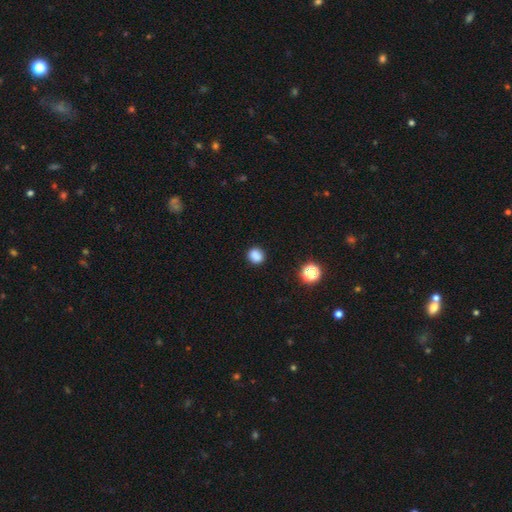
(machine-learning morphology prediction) Q: Smooth or featured?
A: smooth (84%); runner-up: star or artifact (13%)
Q: How rounded?
A: round (80%); runner-up: in between (19%)
Q: Merging?
A: none (88%); runner-up: minor disturbance (8%)